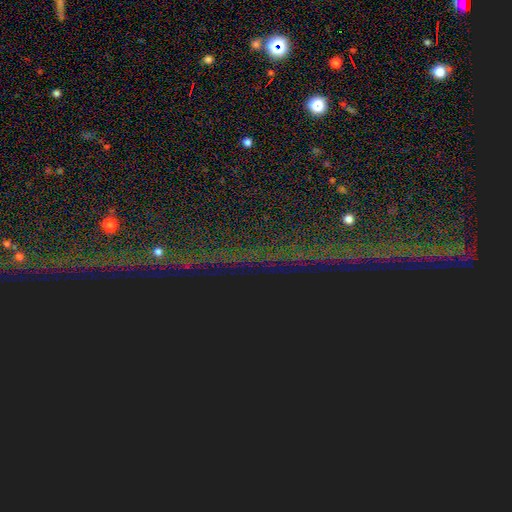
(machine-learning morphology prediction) Smooth or featured? Predicted: star or artifact (p=0.87).